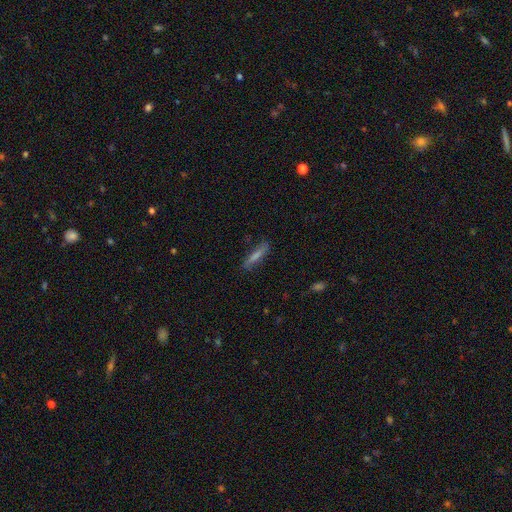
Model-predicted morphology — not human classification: Smooth or featured? Predicted: smooth (p=0.54). How rounded? Predicted: cigar-shaped (p=0.84). Merging? Predicted: none (p=0.82).